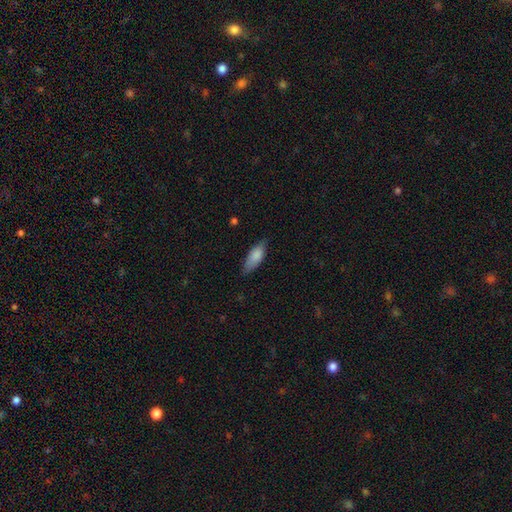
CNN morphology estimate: Smooth or featured: smooth — 82% (featured or disk — 12%)
How rounded: in between — 72% (cigar-shaped — 26%)
Merging: none — 71% (minor disturbance — 23%)